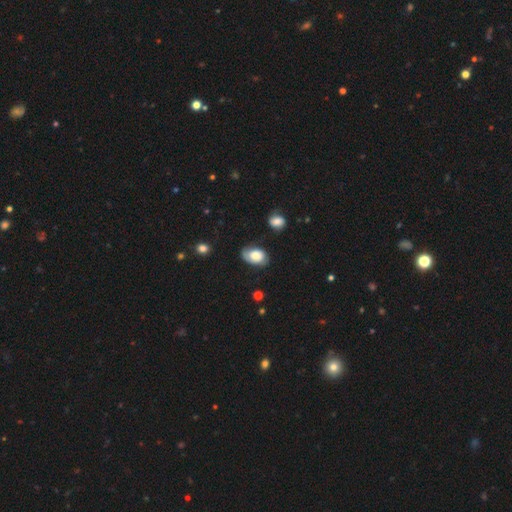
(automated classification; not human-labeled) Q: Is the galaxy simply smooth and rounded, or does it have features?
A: smooth — 63%.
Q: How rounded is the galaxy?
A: in between — 86%.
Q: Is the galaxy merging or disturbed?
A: none — 65%.